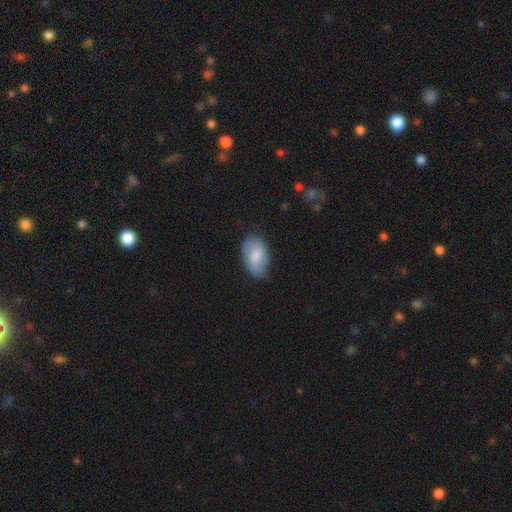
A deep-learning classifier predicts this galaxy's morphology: Overall: smooth (77%). How rounded: in between (93%). Merging: none (72%).